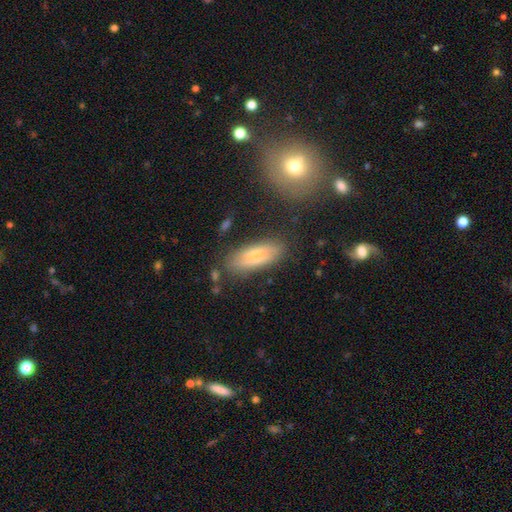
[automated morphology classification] Smooth or featured? smooth (63%)
How rounded? in between (66%)
Merging? none (78%)